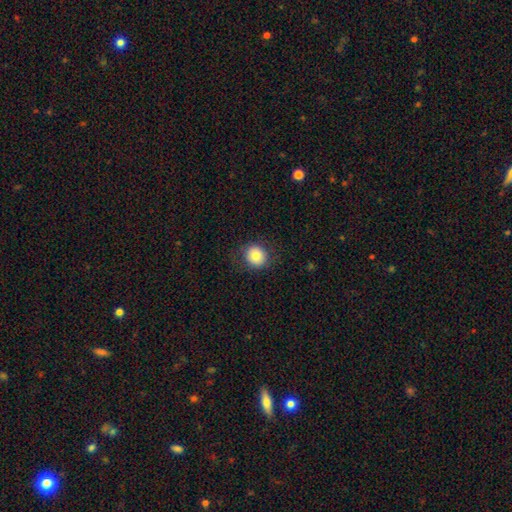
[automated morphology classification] Smooth or featured?
  - smooth: 79% *
  - featured or disk: 11%
  - star or artifact: 10%
How rounded?
  - round: 86% *
  - in between: 13%
  - cigar-shaped: 1%
Merging?
  - none: 84% *
  - minor disturbance: 10%
  - major disturbance: 5%
  - merger: 1%